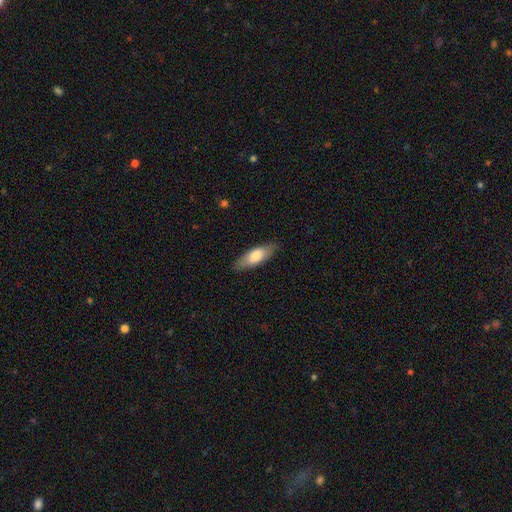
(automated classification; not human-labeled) Smooth or featured? smooth (75%)
How rounded? in between (66%)
Merging? none (85%)